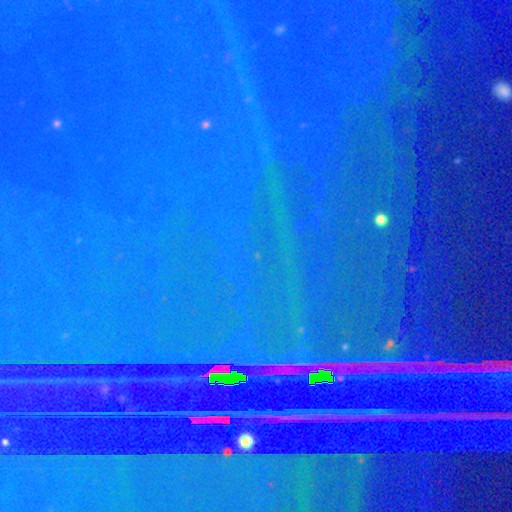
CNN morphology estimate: The model was most divided on "smooth or featured": star or artifact: 86%, featured or disk: 7%, smooth: 7%.